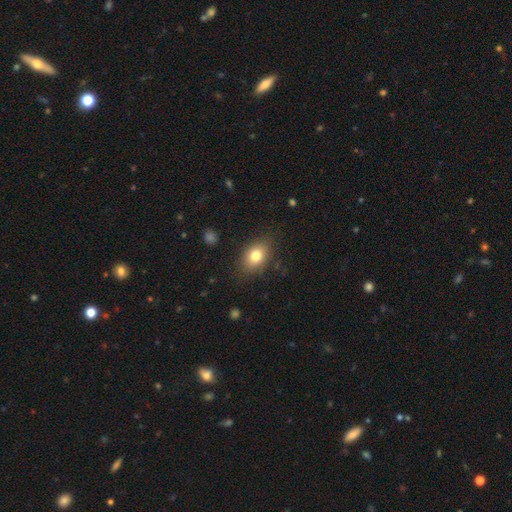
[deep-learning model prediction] A smooth galaxy with no disk features (79%) that is in between round and cigar-shaped (78%).

Vote fractions:
- Smooth or featured? smooth: 79% / featured or disk: 12% / star or artifact: 9%
- How rounded? in between: 78% / round: 20% / cigar-shaped: 2%
- Merging? none: 83% / minor disturbance: 12% / major disturbance: 4% / merger: 1%